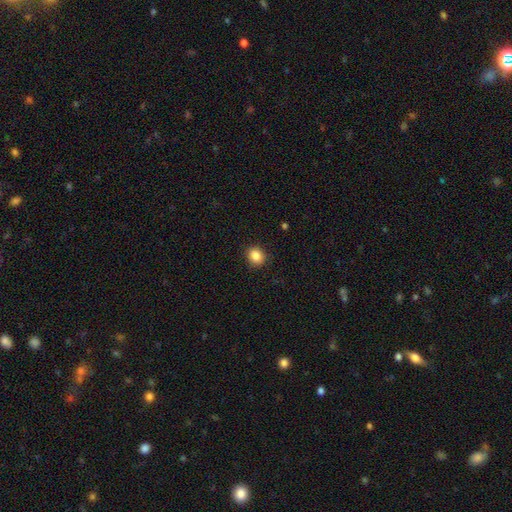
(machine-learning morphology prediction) This is clearly a smooth galaxy (86%). How rounded: likely round (74%). Merging: clearly none (90%).